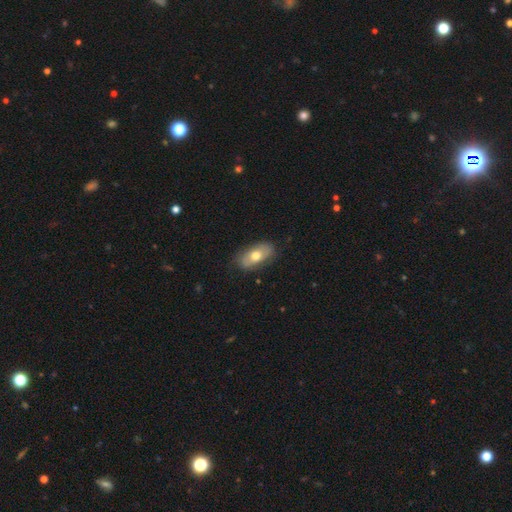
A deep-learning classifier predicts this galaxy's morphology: Smooth or featured? Predicted: smooth (p=0.61). How rounded? Predicted: in between (p=0.90). Merging? Predicted: none (p=0.79).